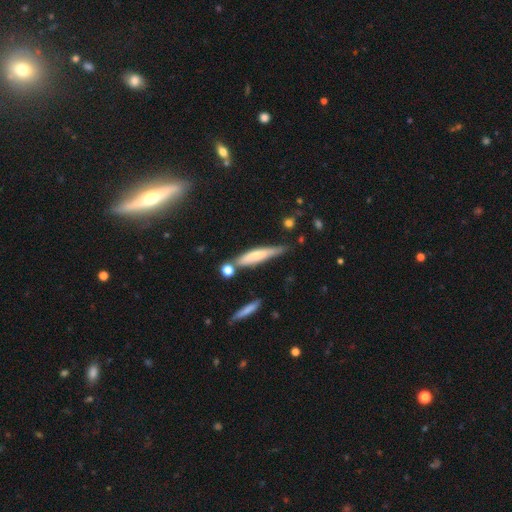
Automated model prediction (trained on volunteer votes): Overall: smooth (59%; featured or disk 34%). How rounded: cigar-shaped (86%). Merging: none (61%; minor disturbance 22%).